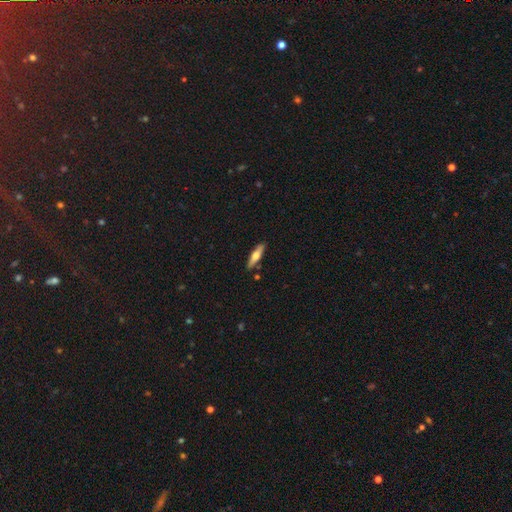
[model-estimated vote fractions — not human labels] Smooth or featured? Predicted: smooth (p=0.49). Merging? Predicted: none (p=0.87).